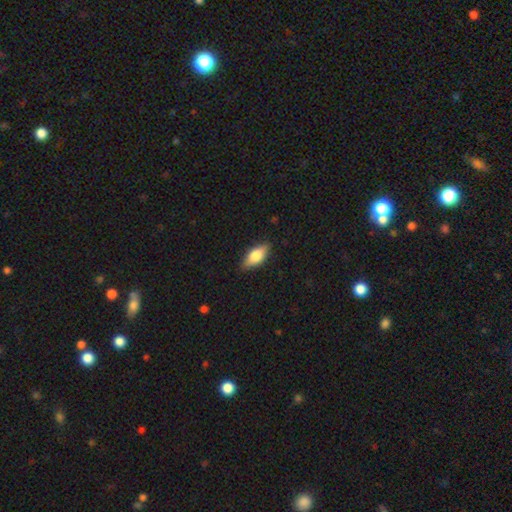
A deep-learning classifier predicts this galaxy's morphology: This is likely a smooth galaxy (68%). How rounded: clearly in between (82%). Merging: clearly none (84%).